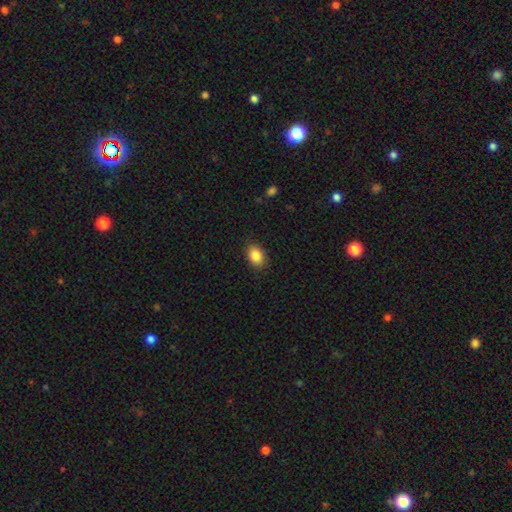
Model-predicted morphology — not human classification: A smooth galaxy with no disk features (86%) that is in between round and cigar-shaped (76%). Merging: none (88%).